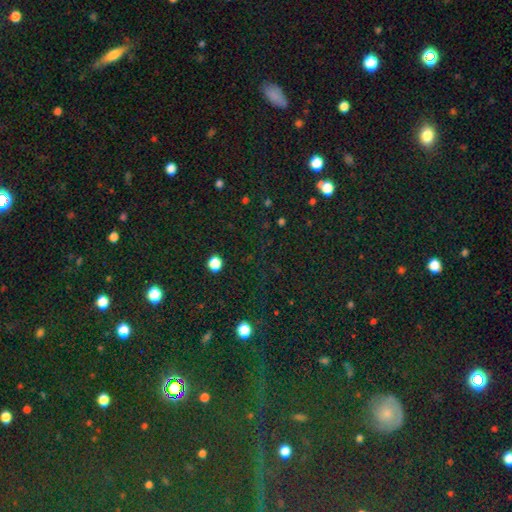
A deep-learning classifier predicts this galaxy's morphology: This is likely a star or artifact rather than a galaxy (76%).